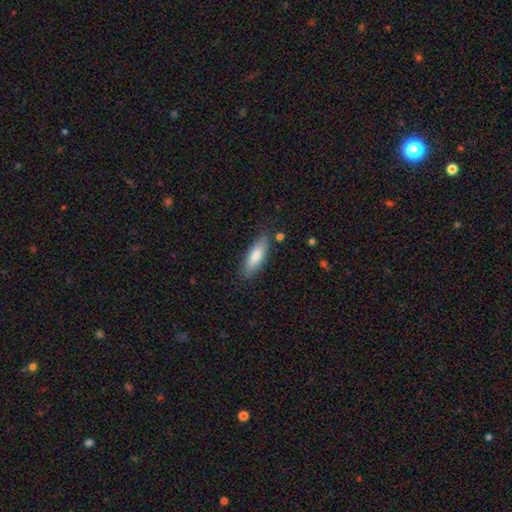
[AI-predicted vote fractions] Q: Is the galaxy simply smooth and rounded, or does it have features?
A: smooth — 74%.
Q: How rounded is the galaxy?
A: cigar-shaped — 50%.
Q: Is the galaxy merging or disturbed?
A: none — 81%.